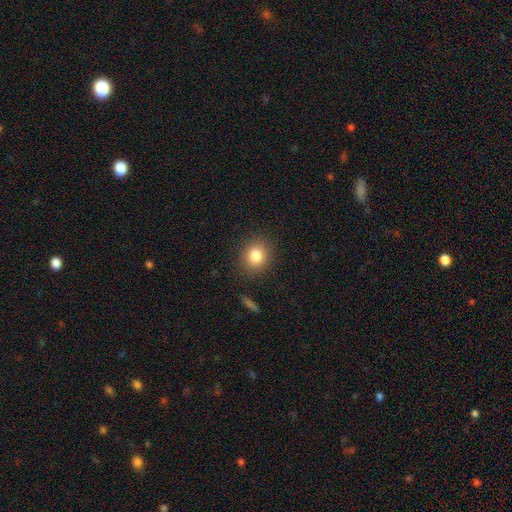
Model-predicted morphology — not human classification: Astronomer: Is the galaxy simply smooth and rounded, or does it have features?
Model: smooth — 82%.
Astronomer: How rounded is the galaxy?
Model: round — 76%.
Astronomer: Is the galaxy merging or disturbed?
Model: none — 88%.